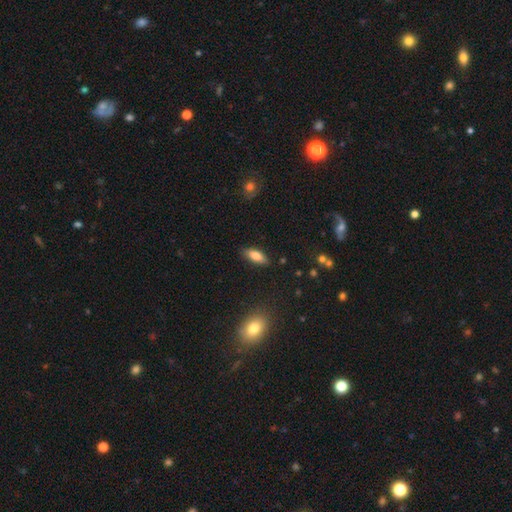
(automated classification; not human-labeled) smooth 77%, featured or disk 16%, star or artifact 7%. Down the decision tree: how rounded — in between (73%); merging — none (86%).